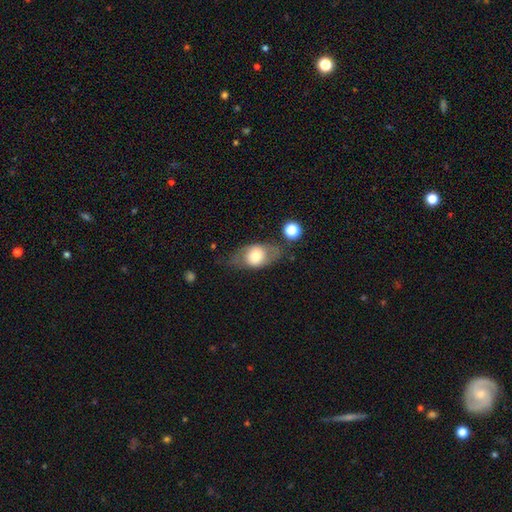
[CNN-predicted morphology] Smooth or featured?
  - smooth: 57% *
  - featured or disk: 36%
  - star or artifact: 8%
How rounded?
  - in between: 69% *
  - round: 28%
  - cigar-shaped: 3%
Merging?
  - none: 63% *
  - minor disturbance: 20%
  - major disturbance: 11%
  - merger: 5%